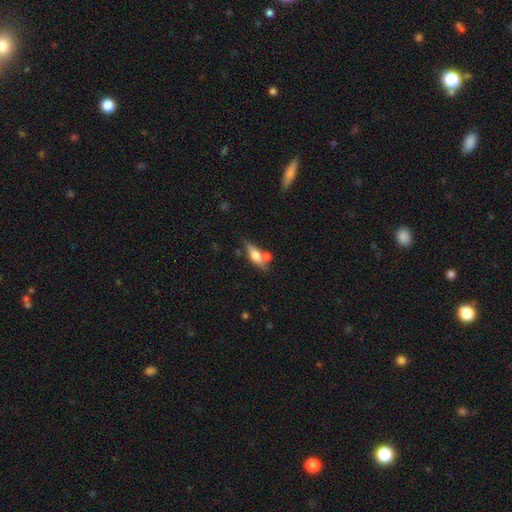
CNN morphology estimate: A featured or disk galaxy (50%) viewed edge-on (89%).

Vote fractions:
- Smooth or featured? featured or disk: 50% / smooth: 43% / star or artifact: 7%
- Edge-on disk? yes: 89% / no: 11%
- Merging? none: 63% / merger: 20% / minor disturbance: 13% / major disturbance: 4%